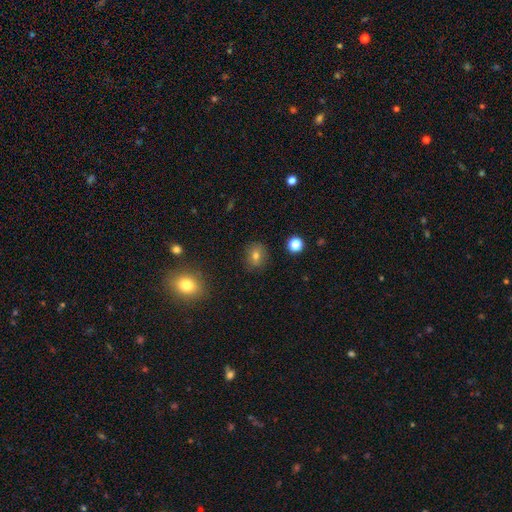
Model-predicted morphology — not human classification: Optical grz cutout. It shows a smooth galaxy with no disk features (73%) that is round (65%). Merging: none (85%).